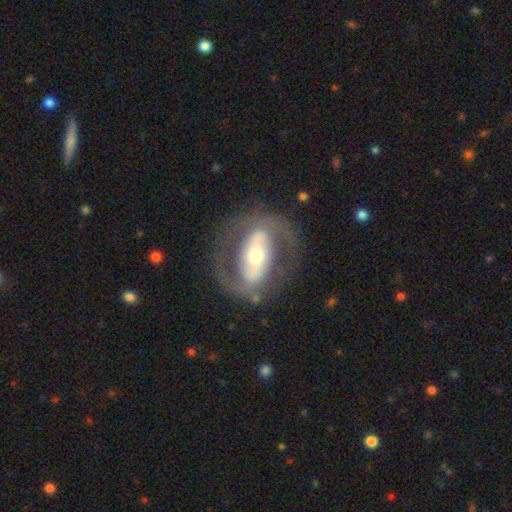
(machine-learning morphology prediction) Smooth or featured?
  - featured or disk: 79% *
  - smooth: 16%
  - star or artifact: 5%
Edge-on disk?
  - no: 94% *
  - yes: 6%
Bar?
  - strong: 49% *
  - no: 29%
  - weak: 23%
Spiral arms?
  - yes: 69% *
  - no: 31%
Spiral winding?
  - medium: 47% *
  - tight: 31%
  - loose: 22%
Spiral arm count?
  - 2: 85% *
  - can't tell: 8%
  - 1: 4%
  - 3: 1%
  - 4: 1%
  - more than 4: 1%
Bulge size?
  - moderate: 55% *
  - small: 34%
  - large: 9%
  - dominant: 2%
  - none: 1%
Merging?
  - none: 75% *
  - minor disturbance: 12%
  - major disturbance: 11%
  - merger: 2%